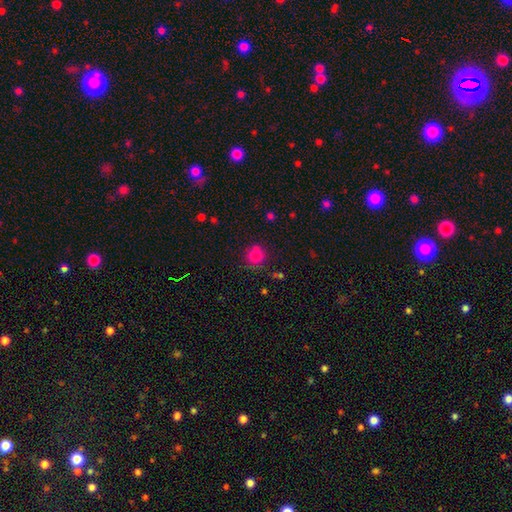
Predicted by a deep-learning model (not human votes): The model was most divided on "merging": none: 72%, minor disturbance: 15%, merger: 9%, major disturbance: 4%. More confident: how rounded — round (89%); smooth or featured — smooth (81%).